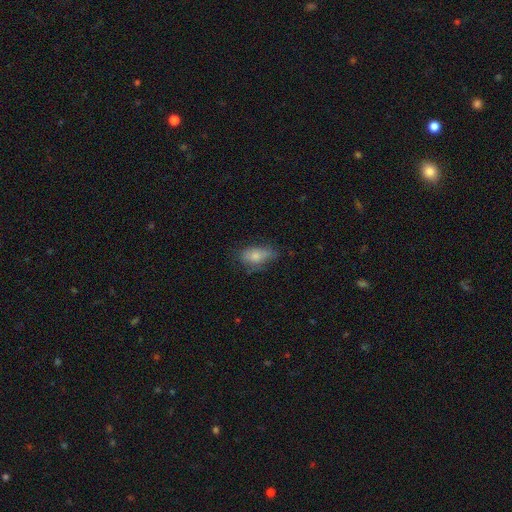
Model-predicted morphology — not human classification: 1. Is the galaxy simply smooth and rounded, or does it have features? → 76% smooth, 15% featured or disk, 8% star or artifact.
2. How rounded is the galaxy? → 87% in between, 7% cigar-shaped, 6% round.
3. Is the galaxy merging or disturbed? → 54% none, 31% minor disturbance, 12% major disturbance, 2% merger.